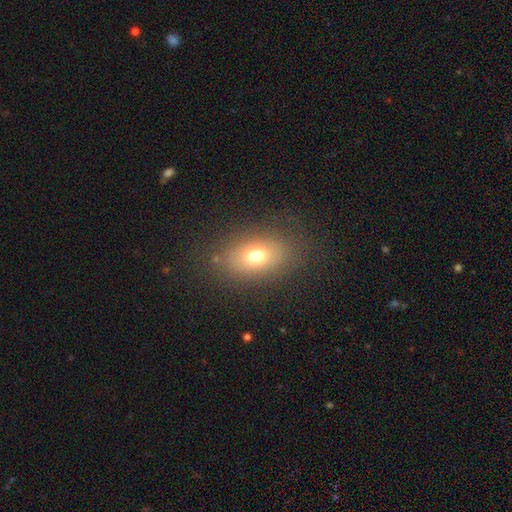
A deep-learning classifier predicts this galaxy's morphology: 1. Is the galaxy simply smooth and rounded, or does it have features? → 69% smooth, 19% featured or disk, 12% star or artifact.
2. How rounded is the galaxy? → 81% in between, 17% round, 2% cigar-shaped.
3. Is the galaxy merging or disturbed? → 81% none, 12% minor disturbance, 6% major disturbance, 1% merger.